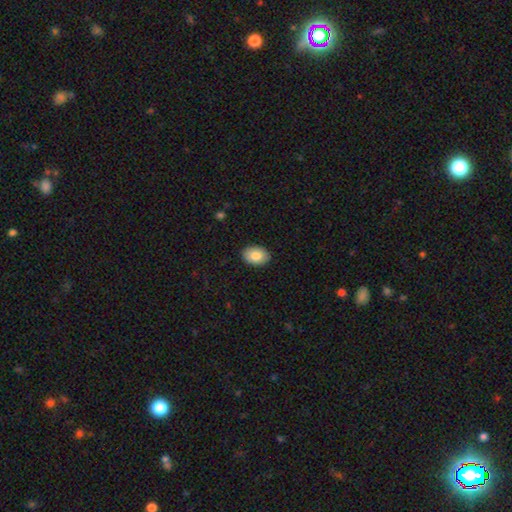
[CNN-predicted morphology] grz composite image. It shows a smooth galaxy with no disk features (83%) that is in between round and cigar-shaped (82%). Merging: none (90%).